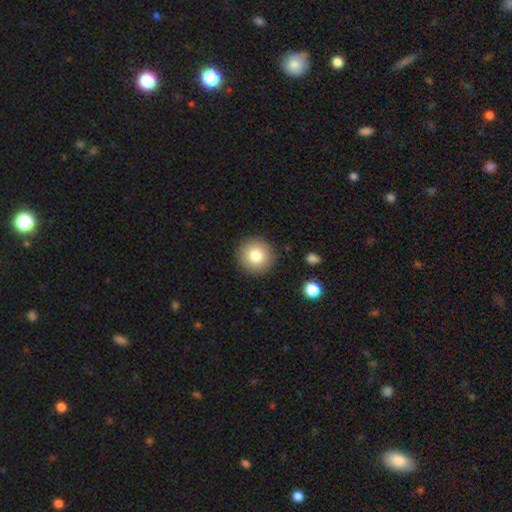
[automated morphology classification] The model was most divided on "smooth or featured": smooth: 80%, featured or disk: 10%, star or artifact: 10%. More confident: how rounded — round (95%); merging — none (90%).